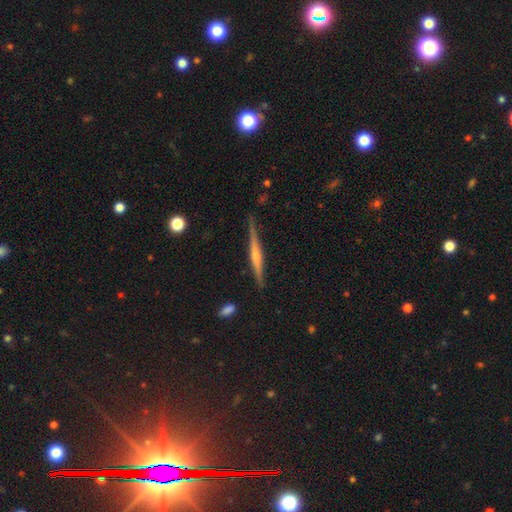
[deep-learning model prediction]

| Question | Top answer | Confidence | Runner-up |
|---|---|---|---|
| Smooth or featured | featured or disk | 71% | smooth (23%) |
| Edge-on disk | yes | 98% | no (2%) |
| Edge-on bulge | rounded | 65% | none (23%) |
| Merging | none | 85% | minor disturbance (11%) |